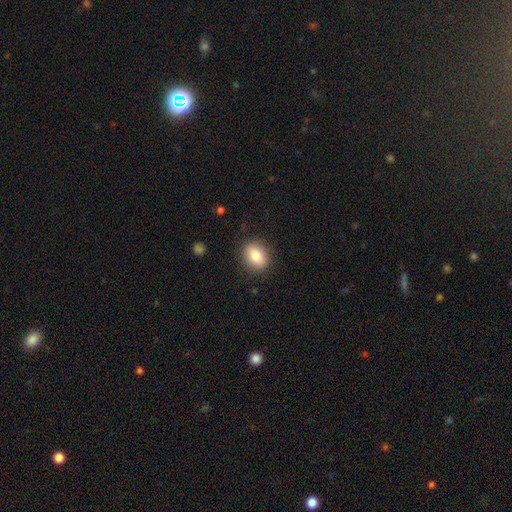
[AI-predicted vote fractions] Morphology: type=smooth (84%); roundness=in between (63%); merging=none (86%).